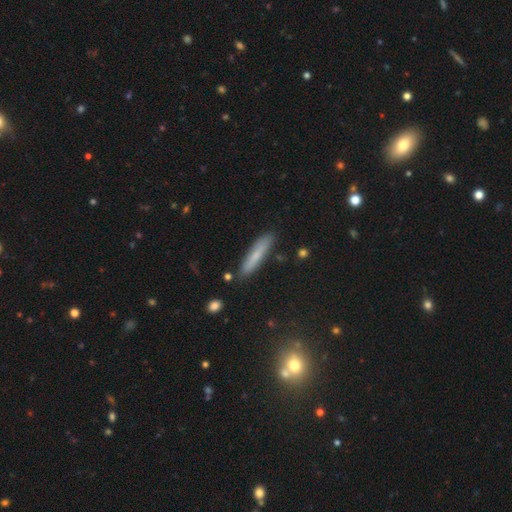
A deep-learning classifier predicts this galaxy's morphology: smooth_or_featured: smooth (p=0.71) [alt: featured or disk p=0.21]
how_rounded: cigar-shaped (p=0.89) [alt: in between p=0.09]
merging: none (p=0.86) [alt: minor disturbance p=0.10]